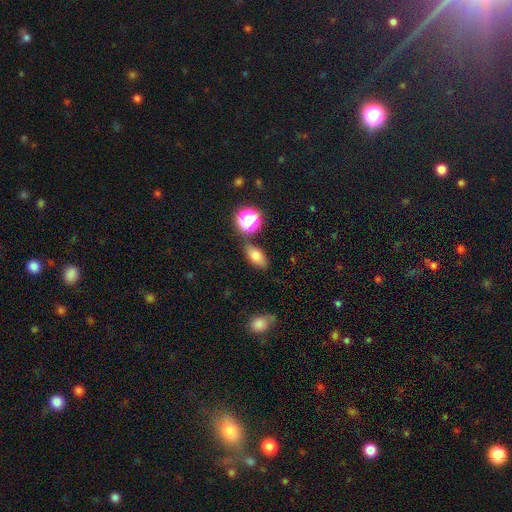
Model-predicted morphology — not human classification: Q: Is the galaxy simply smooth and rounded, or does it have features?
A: smooth — 77%.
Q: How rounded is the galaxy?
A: in between — 83%.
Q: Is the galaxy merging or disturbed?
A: none — 77%.